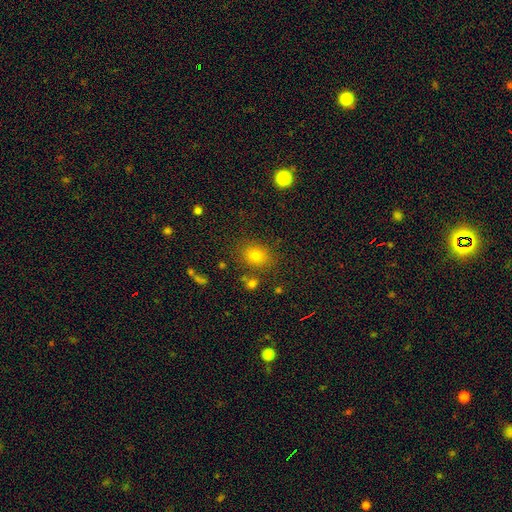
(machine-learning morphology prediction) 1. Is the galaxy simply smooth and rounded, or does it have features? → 77% smooth, 15% star or artifact, 9% featured or disk.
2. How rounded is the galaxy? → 53% in between, 46% round, 1% cigar-shaped.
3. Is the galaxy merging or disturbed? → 79% none, 12% minor disturbance, 5% merger, 4% major disturbance.